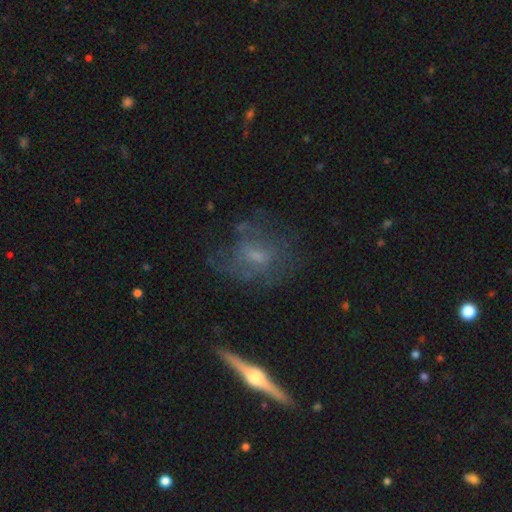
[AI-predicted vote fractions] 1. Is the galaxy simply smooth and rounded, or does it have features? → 58% featured or disk, 28% smooth, 14% star or artifact.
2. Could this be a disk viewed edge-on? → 82% no, 18% yes.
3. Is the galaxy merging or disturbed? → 55% none, 21% major disturbance, 20% minor disturbance, 3% merger.